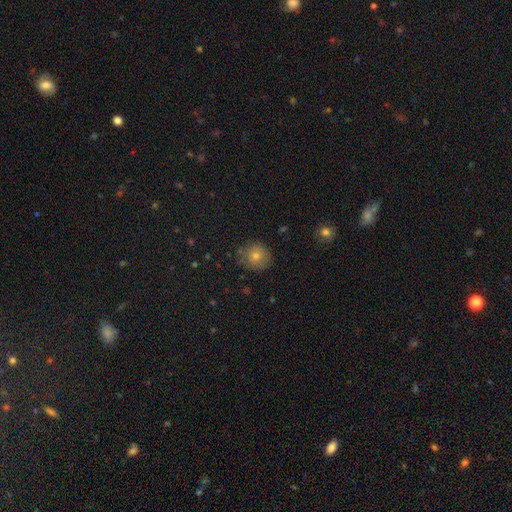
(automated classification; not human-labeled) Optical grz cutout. It shows a smooth galaxy with no disk features (67%) that is round (91%). Merging: none (81%).